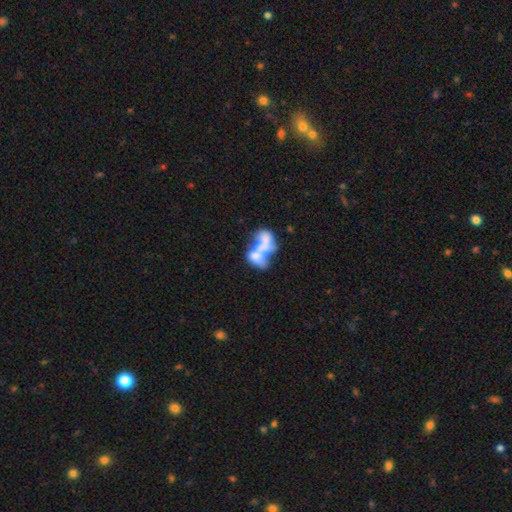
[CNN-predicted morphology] Smooth or featured? Predicted: featured or disk (p=0.48). Merging? Predicted: merger (p=0.68).